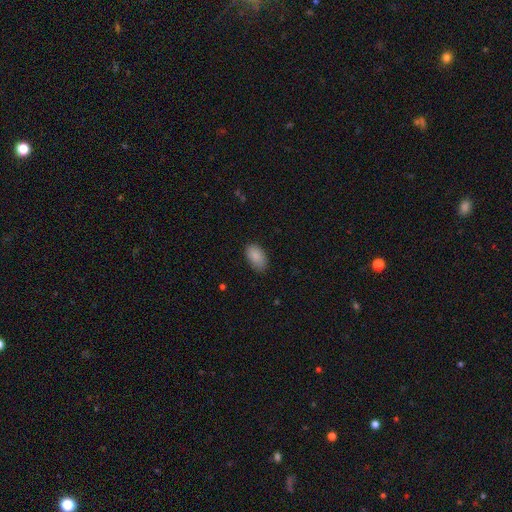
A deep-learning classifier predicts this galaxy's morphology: Smooth or featured: smooth — 88% (star or artifact — 7%)
How rounded: in between — 93% (round — 5%)
Merging: none — 81% (minor disturbance — 15%)